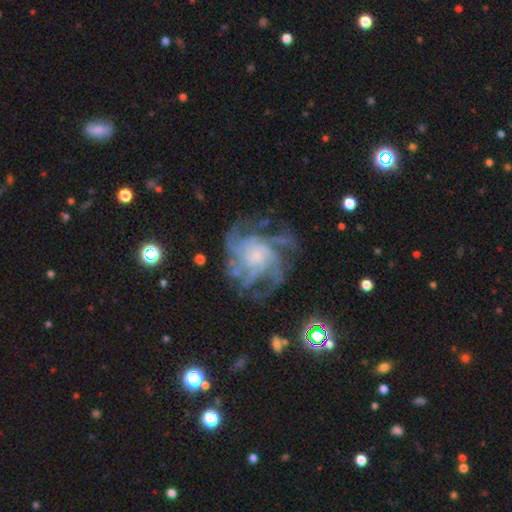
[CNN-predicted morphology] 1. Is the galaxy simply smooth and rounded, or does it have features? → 86% featured or disk, 7% star or artifact, 6% smooth.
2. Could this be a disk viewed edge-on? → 98% no, 2% yes.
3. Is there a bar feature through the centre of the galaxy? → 73% no, 23% weak, 4% strong.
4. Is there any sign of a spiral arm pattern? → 96% yes, 4% no.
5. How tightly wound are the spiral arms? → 43% tight, 42% medium, 15% loose.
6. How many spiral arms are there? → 35% 4, 20% more than 4, 18% can't tell, 13% 3, 7% 2, 6% 1.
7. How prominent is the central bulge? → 48% small, 26% moderate, 17% none, 8% large, 1% dominant.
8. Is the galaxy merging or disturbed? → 62% none, 18% minor disturbance, 18% major disturbance, 2% merger.